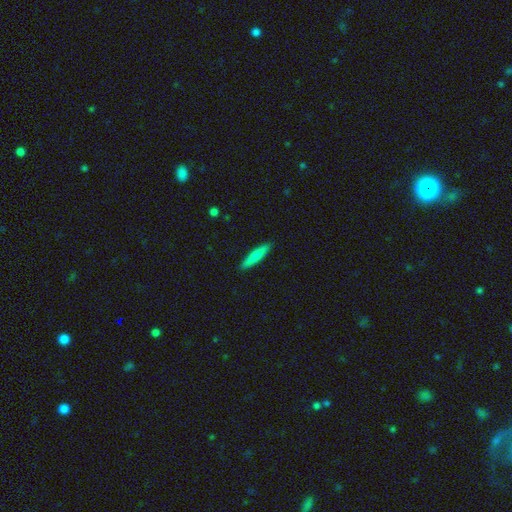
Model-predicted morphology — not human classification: Q: Smooth or featured?
A: smooth (78%); runner-up: featured or disk (16%)
Q: How rounded?
A: cigar-shaped (87%); runner-up: in between (11%)
Q: Merging?
A: none (91%); runner-up: minor disturbance (7%)